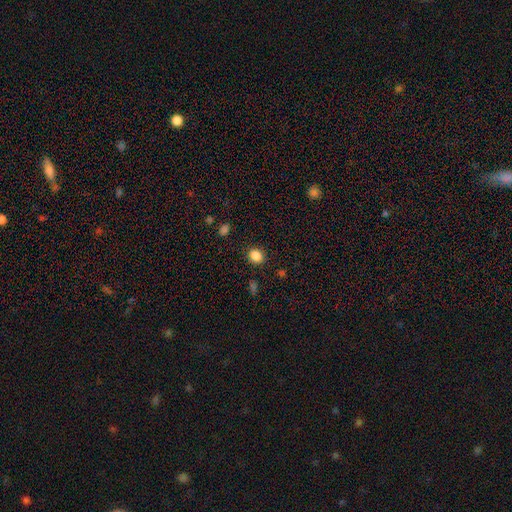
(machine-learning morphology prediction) smooth-or-featured: smooth: 86% | star or artifact: 11% | featured or disk: 3%
  how-rounded: round: 66% | in between: 33% | cigar-shaped: 1%
  merging: none: 89% | minor disturbance: 7% | major disturbance: 2% | merger: 1%